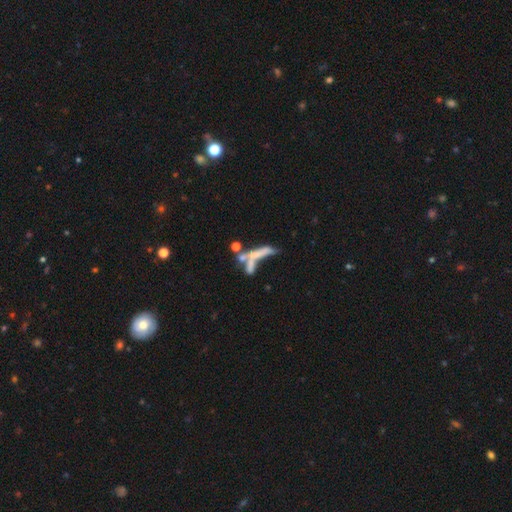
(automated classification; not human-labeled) A featured or disk galaxy (46%). Merging: merger (46%).